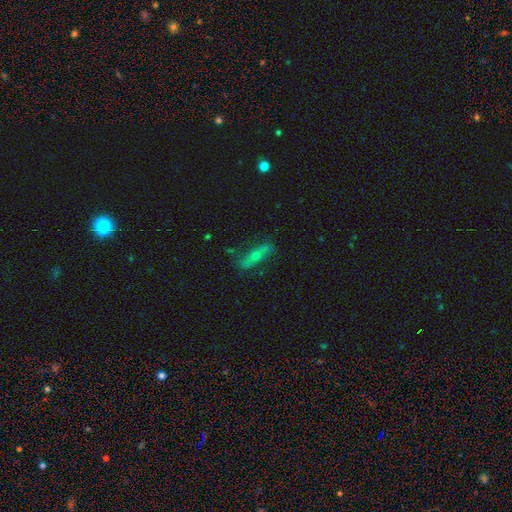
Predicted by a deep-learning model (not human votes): Overall: featured or disk (51%; smooth 41%). Edge-on disk: yes (59%; no 41%). Merging: none (77%).